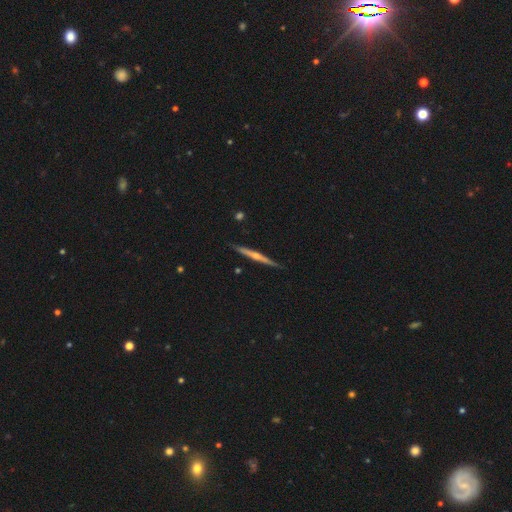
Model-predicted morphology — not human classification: type=featured or disk (79%); edge-on=yes (98%); edge-on bulge=rounded (82%); merging=none (91%).